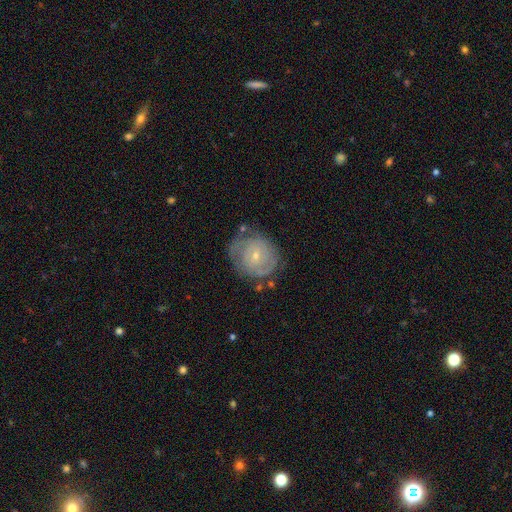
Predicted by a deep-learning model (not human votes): The model was most divided on "spiral arm count": 2: 39%, can't tell: 37%, 3: 10%, 1: 5%, 4: 4%, more than 4: 3%. More confident: edge-on disk — no (98%); spiral arms — yes (85%); smooth or featured — featured or disk (72%); bulge size — small (72%); spiral winding — tight (71%); merging — none (68%); bar — no (66%).